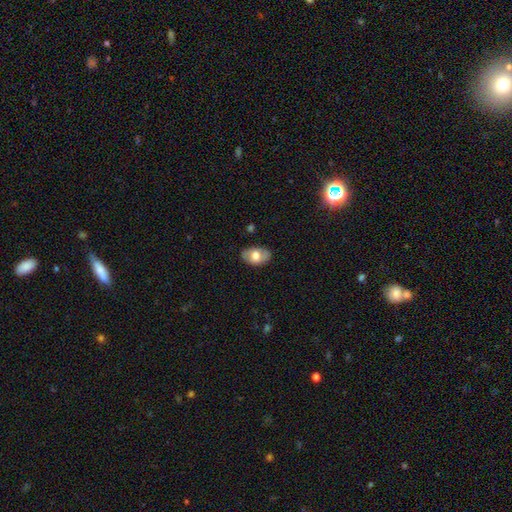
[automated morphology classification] Q: Smooth or featured?
A: smooth (62%); runner-up: featured or disk (32%)
Q: How rounded?
A: in between (89%); runner-up: round (9%)
Q: Merging?
A: none (80%); runner-up: minor disturbance (15%)